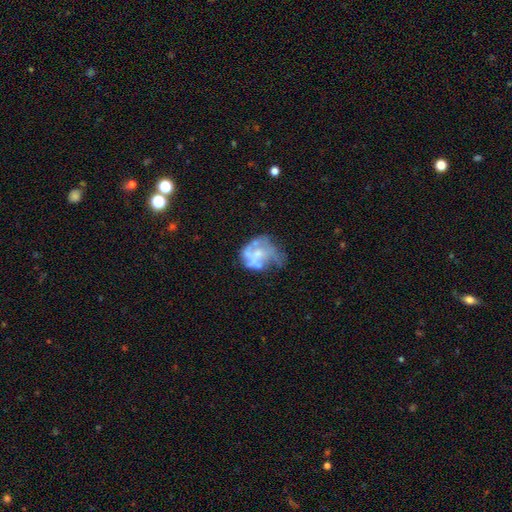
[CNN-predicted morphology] Smooth or featured? Predicted: featured or disk (p=0.62). Edge-on disk? Predicted: no (p=0.98). Bar? Predicted: no (p=0.83). Spiral arms? Predicted: no (p=0.73). Bulge size? Predicted: none (p=0.45). Merging? Predicted: major disturbance (p=0.34).